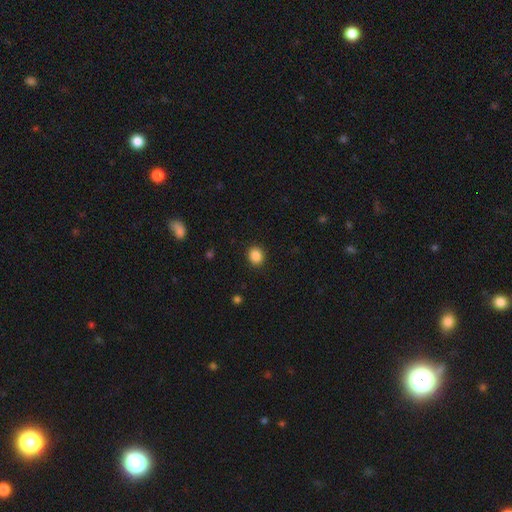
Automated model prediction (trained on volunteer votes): Morphology: type=smooth (87%); roundness=round (77%); merging=none (91%).